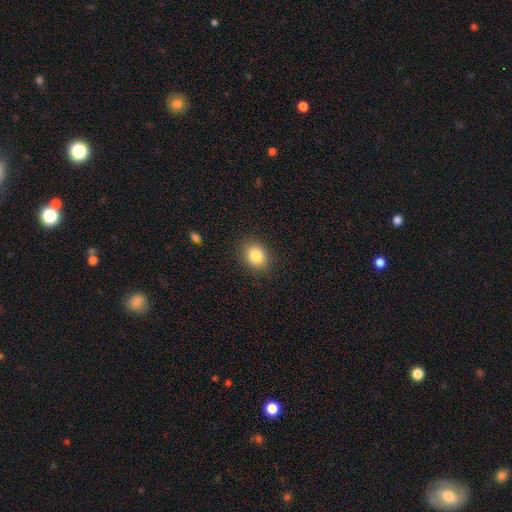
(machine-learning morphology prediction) smooth 84%, star or artifact 10%, featured or disk 7%. Down the decision tree: how rounded — in between (53%); merging — none (87%).